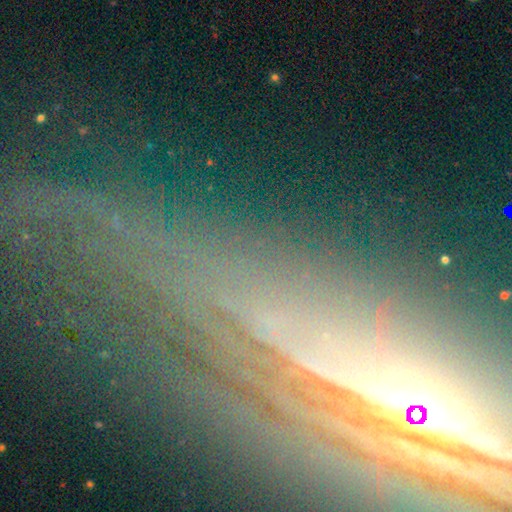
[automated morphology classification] Smooth or featured?
  - star or artifact: 44% *
  - featured or disk: 39%
  - smooth: 16%